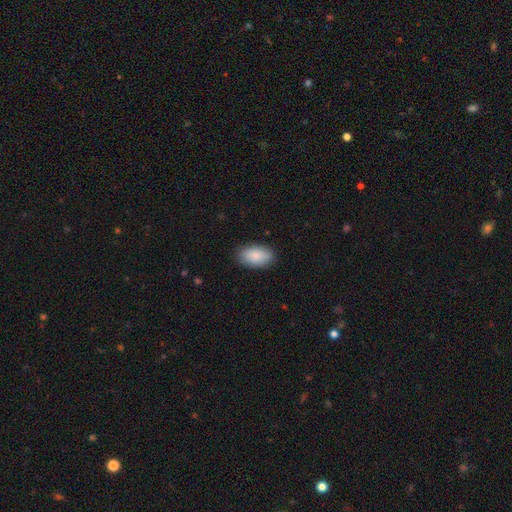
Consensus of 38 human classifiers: Overall: smooth (82%). How rounded: in between (94%). Merging: none (97%).